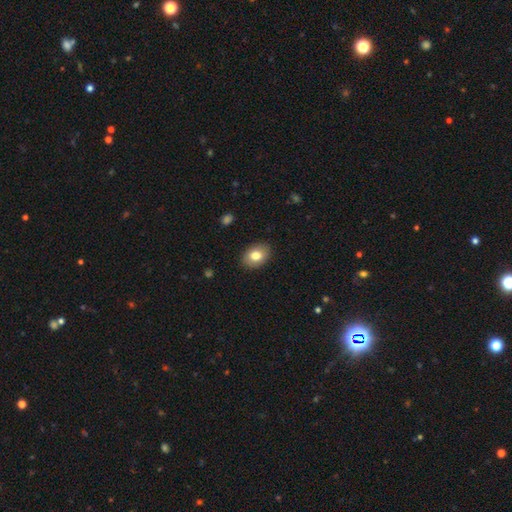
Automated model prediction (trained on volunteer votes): Q: Smooth or featured?
A: smooth (79%); runner-up: featured or disk (13%)
Q: How rounded?
A: in between (76%); runner-up: round (23%)
Q: Merging?
A: none (88%); runner-up: minor disturbance (9%)